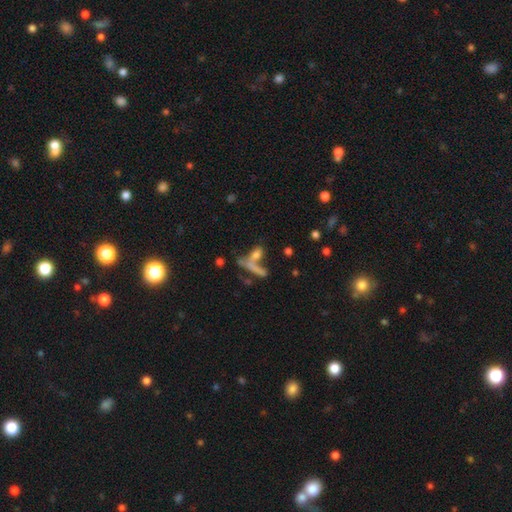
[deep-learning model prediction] Smooth or featured? smooth (62%)
How rounded? cigar-shaped (49%)
Merging? none (41%)